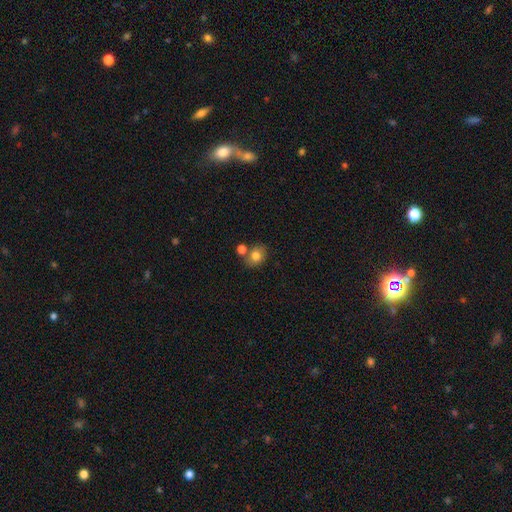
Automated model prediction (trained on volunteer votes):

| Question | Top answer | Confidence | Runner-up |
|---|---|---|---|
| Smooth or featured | smooth | 79% | star or artifact (11%) |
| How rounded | round | 59% | in between (40%) |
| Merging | none | 63% | merger (22%) |